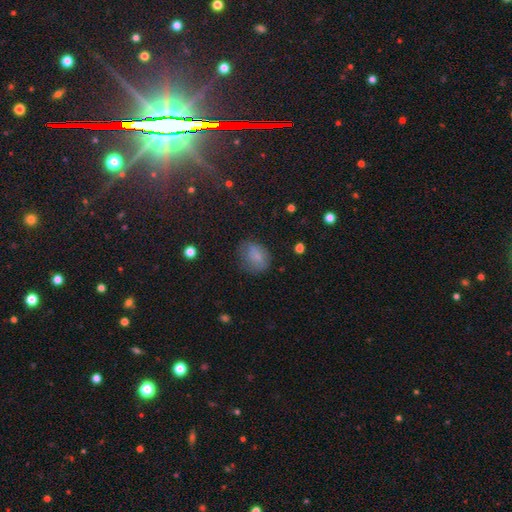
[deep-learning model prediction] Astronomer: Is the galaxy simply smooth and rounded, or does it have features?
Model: smooth — 72%.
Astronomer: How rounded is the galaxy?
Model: in between — 55% (runner-up: round, 43%).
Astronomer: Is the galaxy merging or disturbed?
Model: none — 56%.